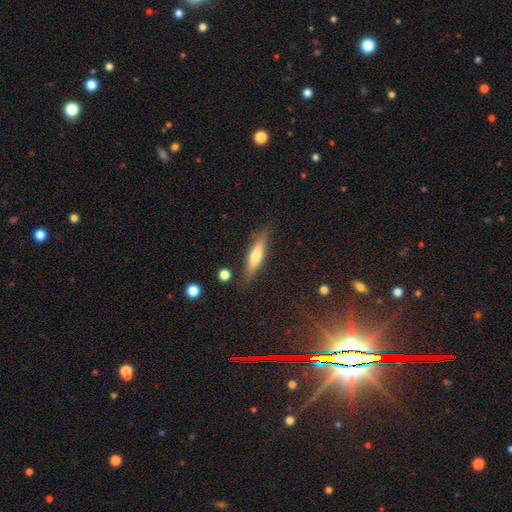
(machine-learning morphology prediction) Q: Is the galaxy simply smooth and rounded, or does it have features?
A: smooth — 47%.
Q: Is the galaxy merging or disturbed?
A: none — 85%.